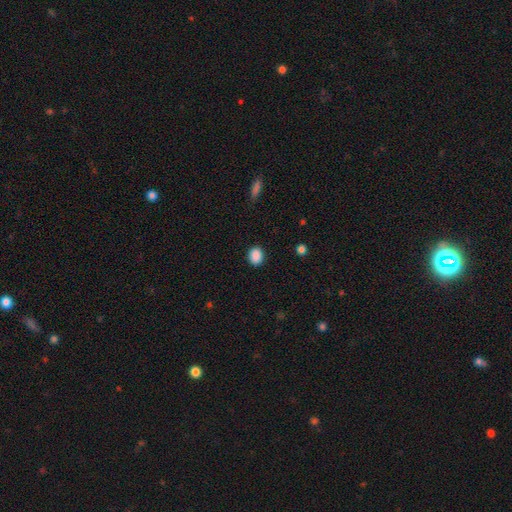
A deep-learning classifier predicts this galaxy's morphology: Smooth or featured: smooth — 89% (star or artifact — 9%)
How rounded: round — 52% (in between — 47%)
Merging: none — 89% (minor disturbance — 8%)